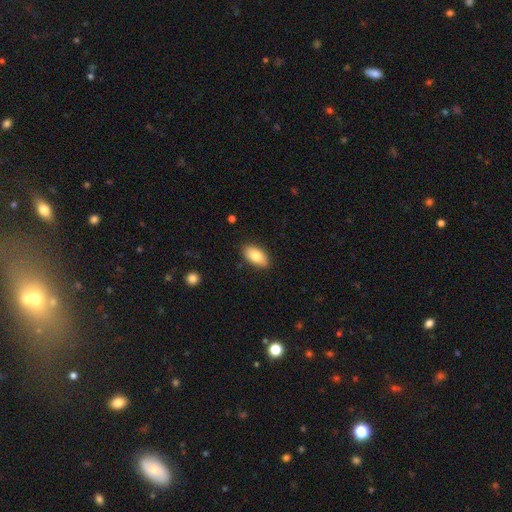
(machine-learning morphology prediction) smooth_or_featured: smooth (p=0.82) [alt: featured or disk p=0.11]
how_rounded: in between (p=0.93) [alt: round p=0.04]
merging: none (p=0.86) [alt: minor disturbance p=0.10]